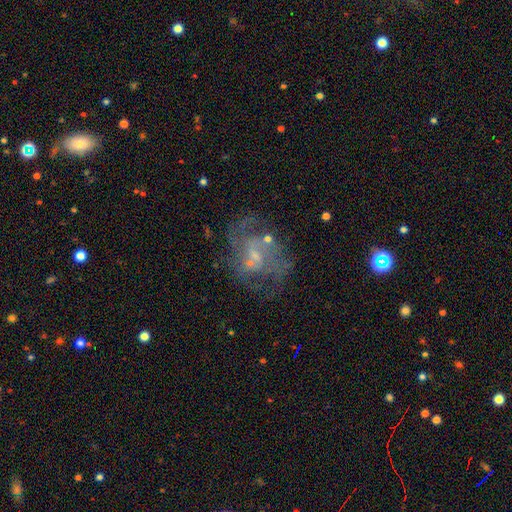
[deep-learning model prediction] smooth-or-featured: featured or disk: 70% | smooth: 16% | star or artifact: 14%
  disk-edge-on: no: 98% | yes: 2%
    bar: no: 63% | weak: 31% | strong: 6%
    has-spiral-arms: yes: 58% | no: 42%
    bulge-size: small: 57% | none: 20% | moderate: 20% | large: 2% | dominant: 1%
  merging: none: 48% | major disturbance: 23% | minor disturbance: 17% | merger: 12%